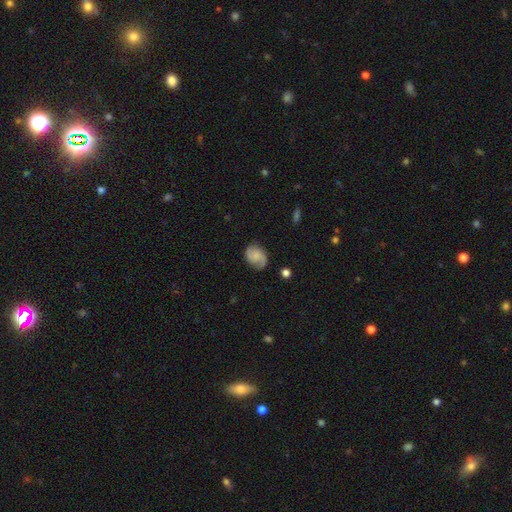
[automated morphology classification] type=featured or disk (50%); edge-on=no (97%); merging=none (72%).